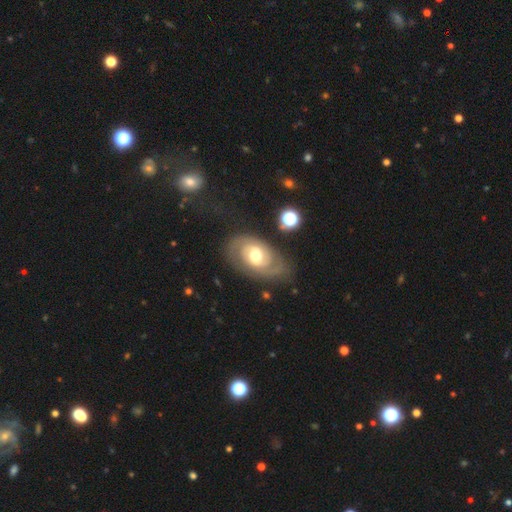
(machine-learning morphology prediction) type=featured or disk (81%); edge-on=no (96%); bar=no (49%); spiral arms=yes (90%); winding=tight (54%); arm count=2 (73%); bulge=moderate (71%); merging=none (72%).